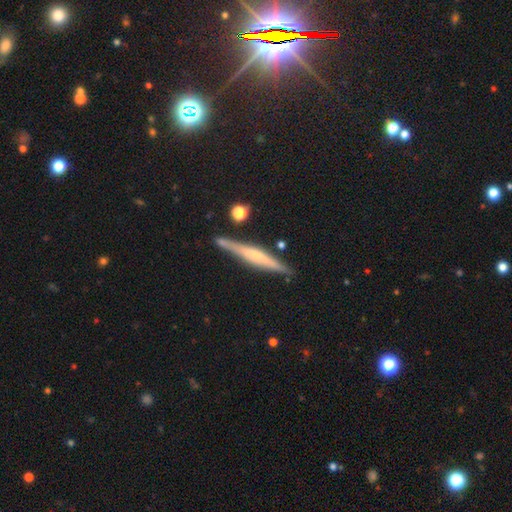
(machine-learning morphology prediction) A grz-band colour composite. It shows a featured or disk galaxy (63%) viewed edge-on (97%) with no central bulge (36%, tied with rounded). Merging: none (84%).